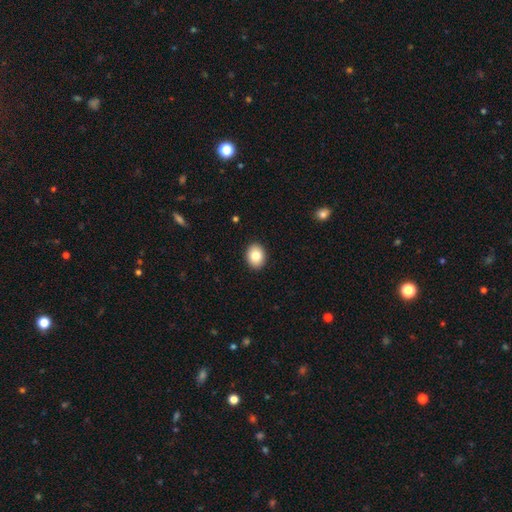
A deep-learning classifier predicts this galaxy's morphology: Q: Smooth or featured?
A: smooth (83%); runner-up: featured or disk (8%)
Q: How rounded?
A: in between (54%); runner-up: round (45%)
Q: Merging?
A: none (91%); runner-up: minor disturbance (6%)